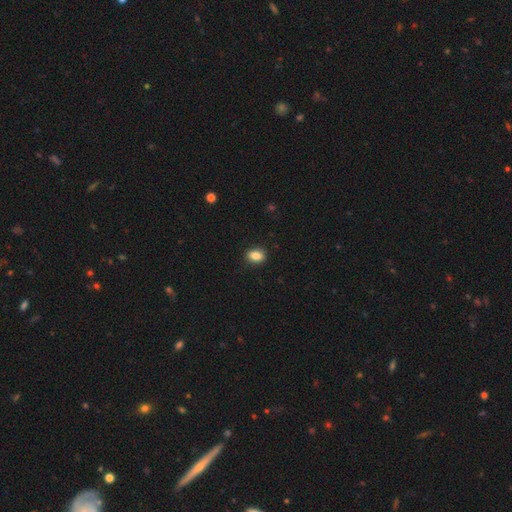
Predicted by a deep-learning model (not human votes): This appears to be a smooth galaxy with no disk features (86%) that is in between round and cigar-shaped (68%). Merging: none (89%).